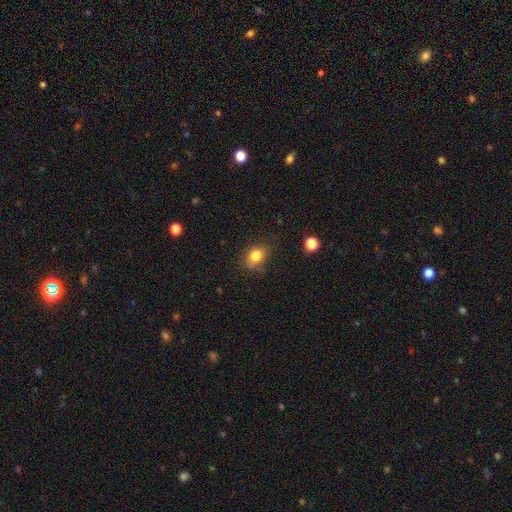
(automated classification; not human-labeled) The model was most divided on "how rounded": in between: 54%, round: 45%, cigar-shaped: 1%. More confident: smooth or featured — smooth (81%); merging — none (64%).